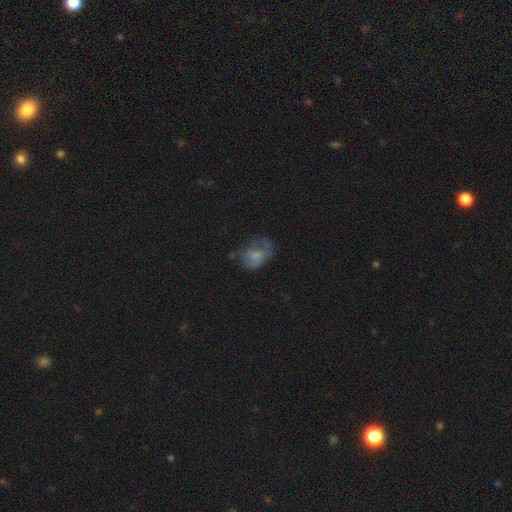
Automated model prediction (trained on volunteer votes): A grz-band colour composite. It shows a smooth galaxy with no disk features (53%) that is in between round and cigar-shaped (67%). Merging: none (40%).